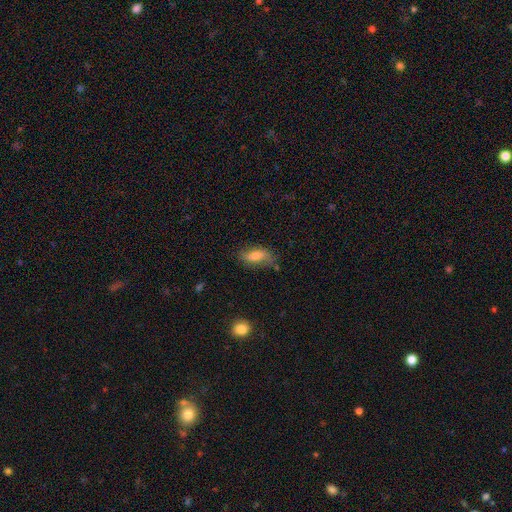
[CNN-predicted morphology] Smooth or featured?
  - smooth: 63% *
  - featured or disk: 28%
  - star or artifact: 9%
How rounded?
  - in between: 81% *
  - cigar-shaped: 15%
  - round: 5%
Merging?
  - none: 63% *
  - minor disturbance: 26%
  - major disturbance: 8%
  - merger: 3%